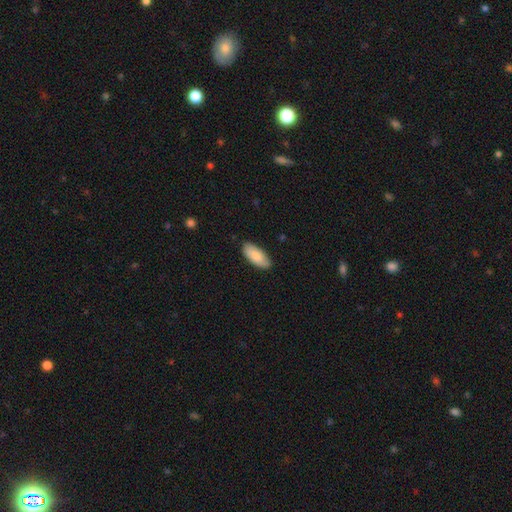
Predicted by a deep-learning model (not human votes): The model was most divided on "smooth or featured": smooth: 83%, featured or disk: 12%, star or artifact: 5%. More confident: how rounded — in between (87%); merging — none (86%).